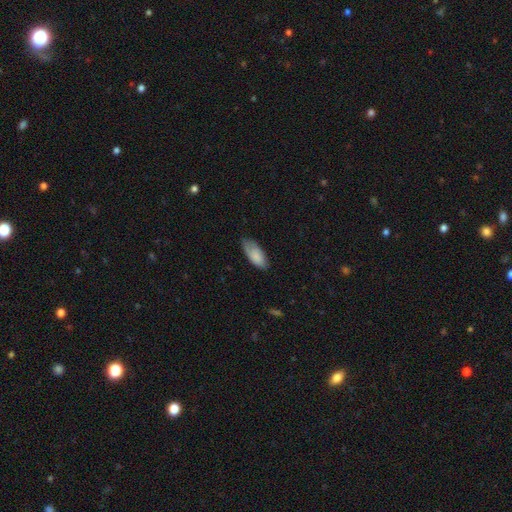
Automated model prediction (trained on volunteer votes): Smooth or featured: smooth — 82% (featured or disk — 12%)
How rounded: in between — 87% (cigar-shaped — 11%)
Merging: none — 63% (minor disturbance — 29%)